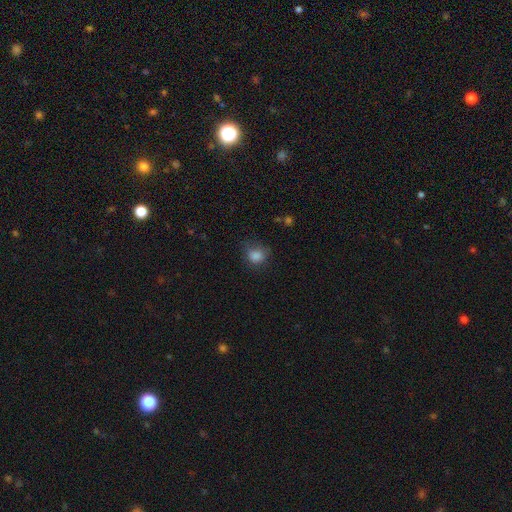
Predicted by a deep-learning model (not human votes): Overall: smooth (83%). How rounded: round (69%; in between 30%). Merging: none (58%; minor disturbance 28%).